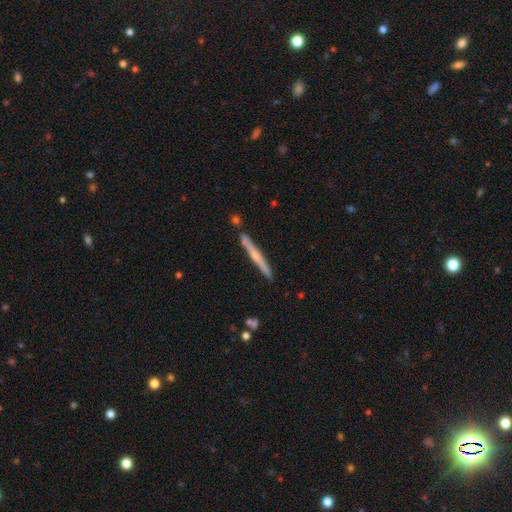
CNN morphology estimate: This is possibly a featured or disk galaxy (58%). It is clearly viewed edge-on (97%). Edge-on bulge: possibly rounded (56%). Merging: clearly none (86%).